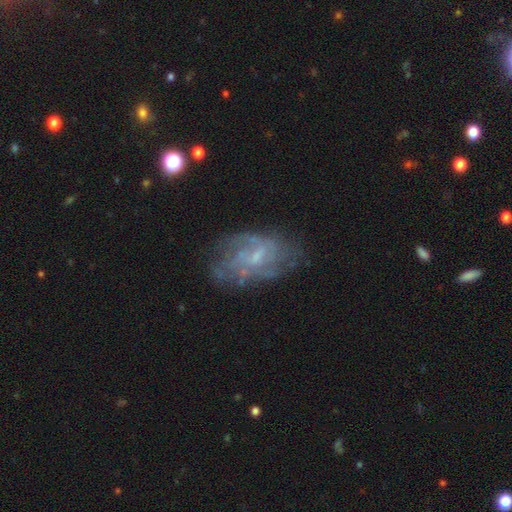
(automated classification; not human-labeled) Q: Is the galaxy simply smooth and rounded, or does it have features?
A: featured or disk — 72%.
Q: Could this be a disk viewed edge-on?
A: no — 96%.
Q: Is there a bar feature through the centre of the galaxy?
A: weak — 48%.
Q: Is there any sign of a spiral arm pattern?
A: yes — 70%.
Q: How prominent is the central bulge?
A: small — 50%.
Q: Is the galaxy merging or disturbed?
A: none — 59%.